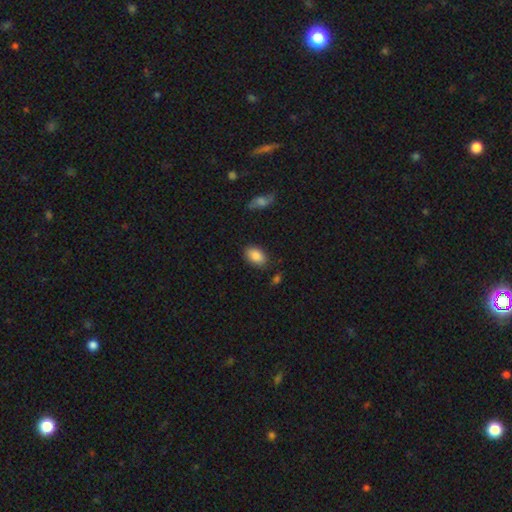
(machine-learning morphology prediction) smooth_or_featured: smooth (p=0.87) [alt: star or artifact p=0.07]
how_rounded: in between (p=0.89) [alt: round p=0.09]
merging: none (p=0.84) [alt: minor disturbance p=0.11]